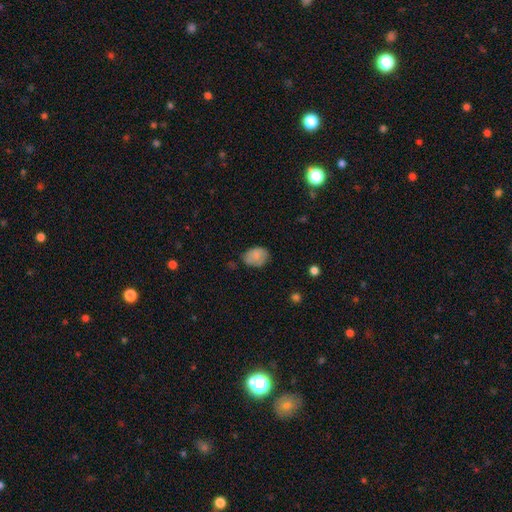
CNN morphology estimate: Smooth or featured?
  - smooth: 82% *
  - featured or disk: 10%
  - star or artifact: 8%
How rounded?
  - in between: 73% *
  - round: 26%
  - cigar-shaped: 1%
Merging?
  - none: 63% *
  - minor disturbance: 29%
  - major disturbance: 6%
  - merger: 2%